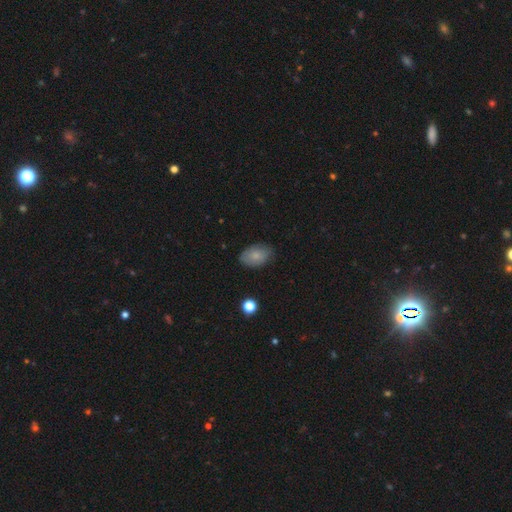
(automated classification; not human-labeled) Overall: smooth (79%). How rounded: in between (88%). Merging: none (79%).